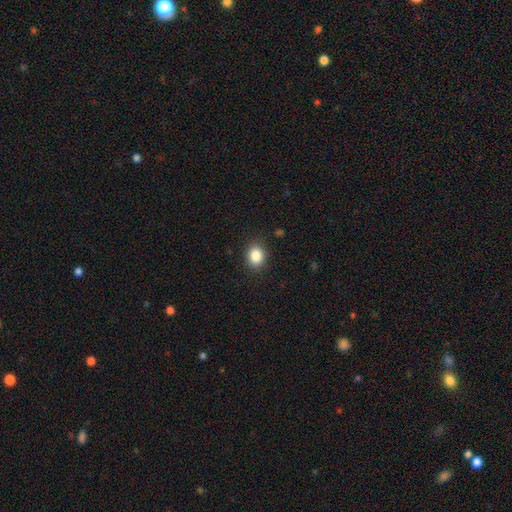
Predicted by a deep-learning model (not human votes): Smooth or featured?
  - smooth: 85% *
  - star or artifact: 10%
  - featured or disk: 5%
How rounded?
  - in between: 54% *
  - round: 45%
  - cigar-shaped: 1%
Merging?
  - none: 87% *
  - minor disturbance: 10%
  - major disturbance: 3%
  - merger: 1%